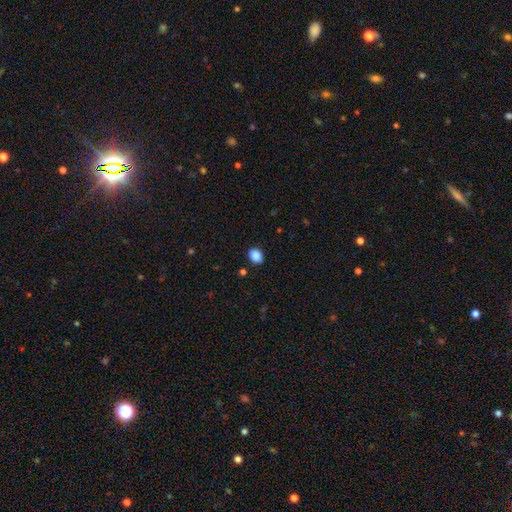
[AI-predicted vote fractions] Morphology: type=smooth (88%); roundness=in between (56%); merging=none (88%).